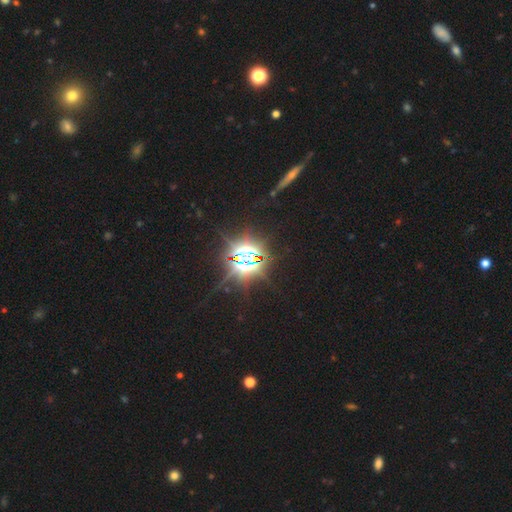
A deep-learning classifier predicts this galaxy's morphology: The model was most divided on "smooth or featured": star or artifact: 84%, smooth: 10%, featured or disk: 6%.